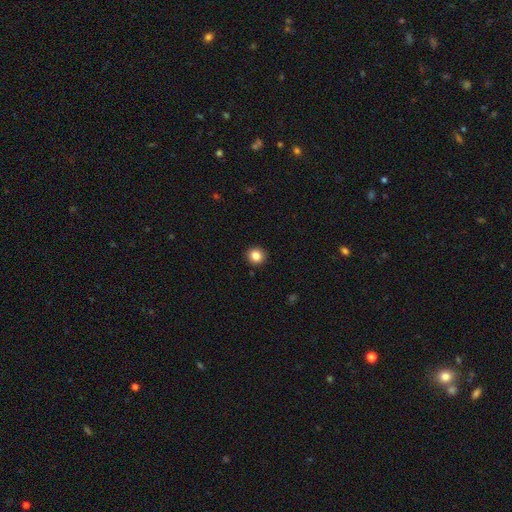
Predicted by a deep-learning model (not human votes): smooth-or-featured: smooth: 85% | star or artifact: 11% | featured or disk: 5%
  how-rounded: round: 91% | in between: 8% | cigar-shaped: 1%
  merging: none: 93% | minor disturbance: 5% | major disturbance: 2% | merger: 1%